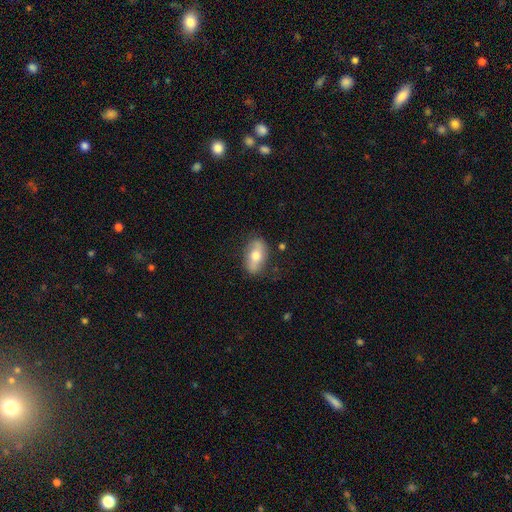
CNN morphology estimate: Smooth or featured?
  - smooth: 54% *
  - featured or disk: 39%
  - star or artifact: 7%
How rounded?
  - in between: 86% *
  - round: 8%
  - cigar-shaped: 7%
Merging?
  - none: 78% *
  - minor disturbance: 16%
  - major disturbance: 4%
  - merger: 2%